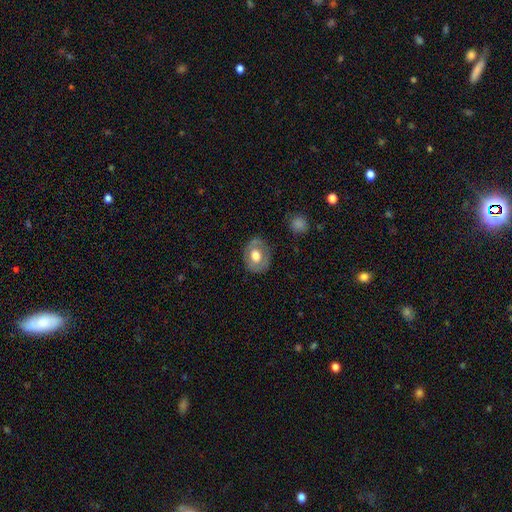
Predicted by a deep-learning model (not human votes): Smooth or featured?
  - smooth: 55% *
  - featured or disk: 38%
  - star or artifact: 7%
How rounded?
  - round: 51% *
  - in between: 48%
  - cigar-shaped: 1%
Merging?
  - none: 76% *
  - minor disturbance: 17%
  - major disturbance: 5%
  - merger: 2%